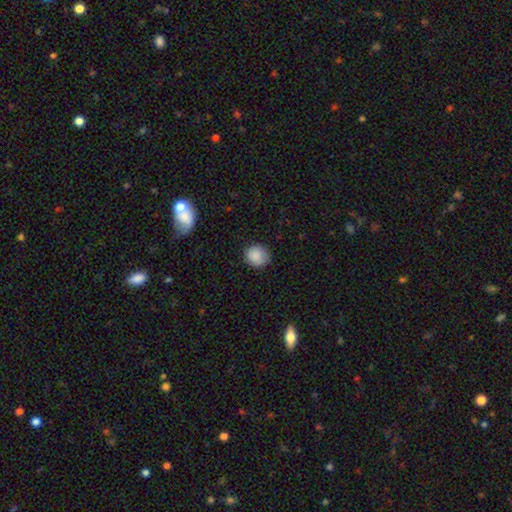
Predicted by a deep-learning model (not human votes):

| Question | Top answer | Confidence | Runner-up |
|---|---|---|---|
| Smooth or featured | smooth | 87% | star or artifact (8%) |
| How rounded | round | 84% | in between (15%) |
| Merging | none | 83% | minor disturbance (13%) |